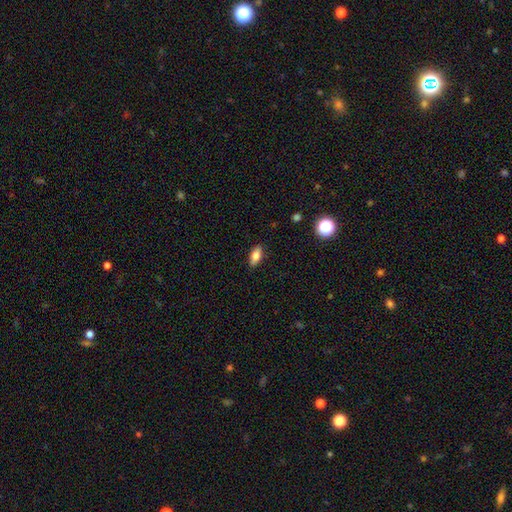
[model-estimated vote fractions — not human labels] smooth_or_featured: smooth (p=0.74) [alt: featured or disk p=0.17]
how_rounded: in between (p=0.81) [alt: cigar-shaped p=0.15]
merging: none (p=0.87) [alt: minor disturbance p=0.10]